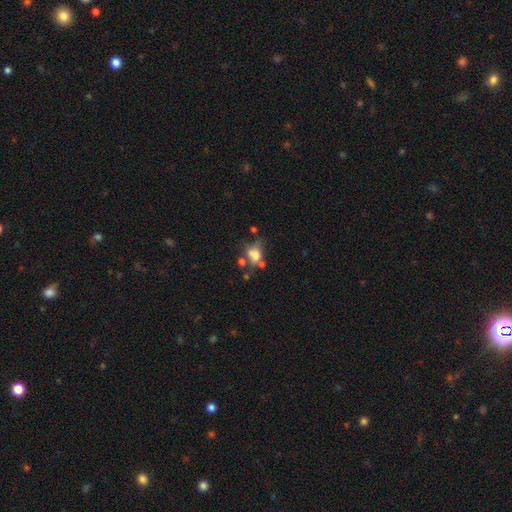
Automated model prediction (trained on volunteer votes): This appears to be a smooth galaxy with no disk features (61%) that is in between round and cigar-shaped (64%). Merging: merger (33%).